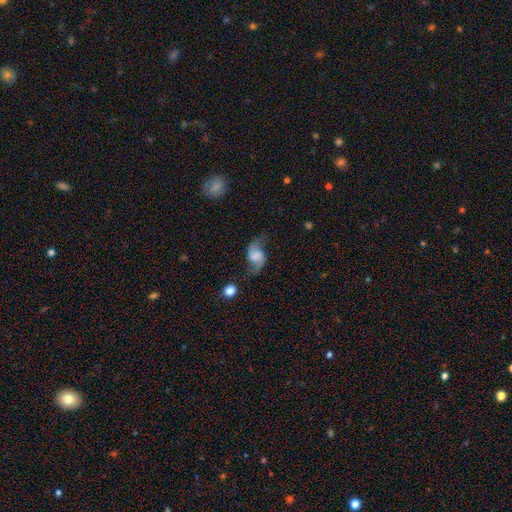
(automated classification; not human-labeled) The model was most divided on "bar": no: 47%, weak: 42%, strong: 12%. Remaining: edge-on disk — no (97%); spiral arms — yes (94%); spiral arm count — 2 (93%); spiral winding — loose (77%); smooth or featured — featured or disk (76%); merging — none (66%); bulge size — none (37%).